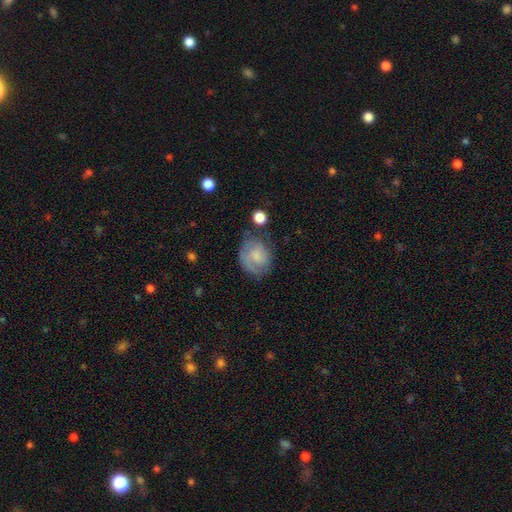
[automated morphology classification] A smooth galaxy with no disk features (46%, tied with featured or disk).

Vote fractions:
- Smooth or featured? smooth: 46% (tied) / featured or disk: 46% (tied) / star or artifact: 8%
- Merging? none: 57% / minor disturbance: 25% / major disturbance: 14% / merger: 4%